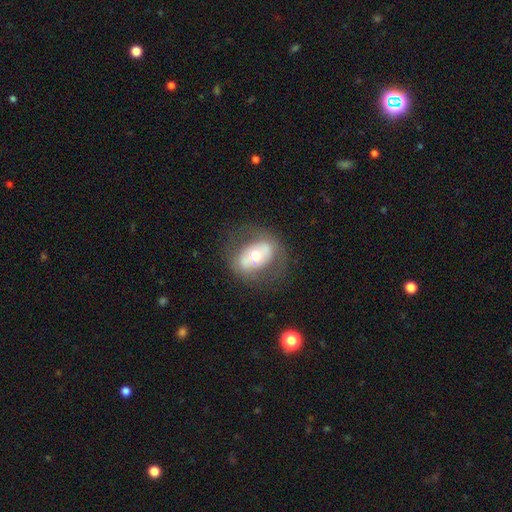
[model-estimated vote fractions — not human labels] smooth_or_featured: featured or disk (p=0.53) [alt: smooth p=0.39]
disk_edge_on: no (p=0.92) [alt: yes p=0.08]
merging: none (p=0.67) [alt: minor disturbance p=0.18]